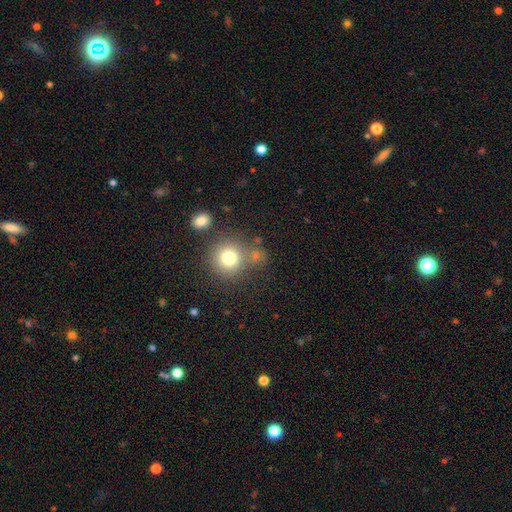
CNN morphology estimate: This is likely a smooth galaxy (75%). How rounded: clearly round (88%). Merging: likely none (69%).